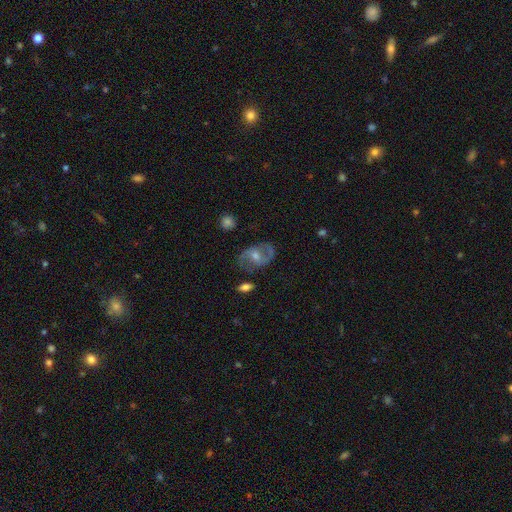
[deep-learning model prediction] Smooth or featured? Predicted: featured or disk (p=0.81). Edge-on disk? Predicted: no (p=0.97). Bar? Predicted: weak (p=0.45). Spiral arms? Predicted: yes (p=0.92). Spiral winding? Predicted: medium (p=0.54). Spiral arm count? Predicted: 2 (p=0.89). Bulge size? Predicted: moderate (p=0.56). Merging? Predicted: none (p=0.77).